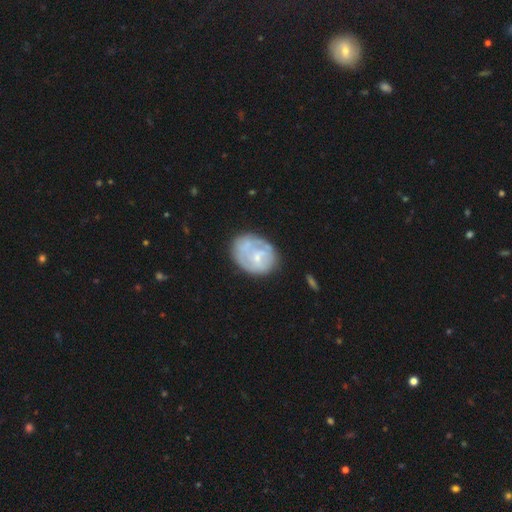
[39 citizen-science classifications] smooth_or_featured: featured or disk (p=0.62) [alt: smooth p=0.28]
disk_edge_on: no (p=1.00)
bar: no (p=0.75) [alt: weak p=0.25]
has_spiral_arms: no (p=0.62) [alt: yes p=0.38]
bulge_size: small (p=0.62) [alt: none p=0.21]
merging: none (p=0.46) [tied with: minor disturbance p=0.46]